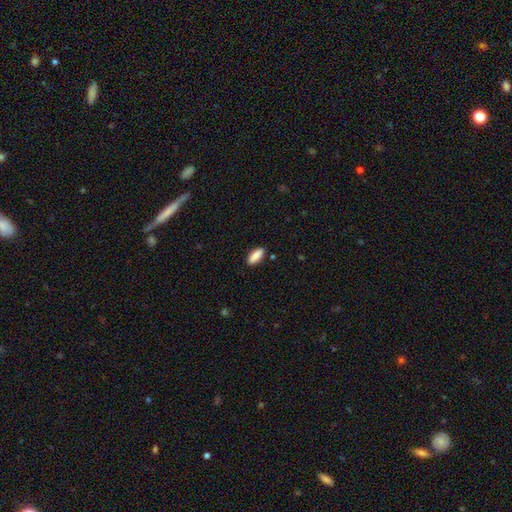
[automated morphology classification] smooth-or-featured: smooth: 88% | star or artifact: 6% | featured or disk: 6%
  how-rounded: in between: 77% | cigar-shaped: 21% | round: 2%
  merging: none: 87% | minor disturbance: 9% | major disturbance: 2% | merger: 2%